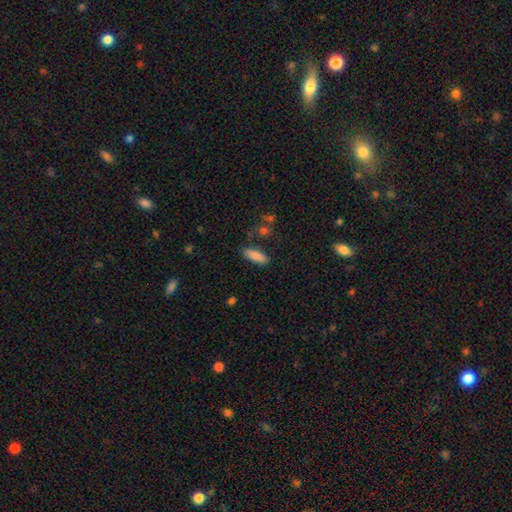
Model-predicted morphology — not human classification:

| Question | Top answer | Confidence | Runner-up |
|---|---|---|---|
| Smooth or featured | smooth | 86% | star or artifact (7%) |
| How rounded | in between | 59% | cigar-shaped (39%) |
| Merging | none | 78% | minor disturbance (15%) |